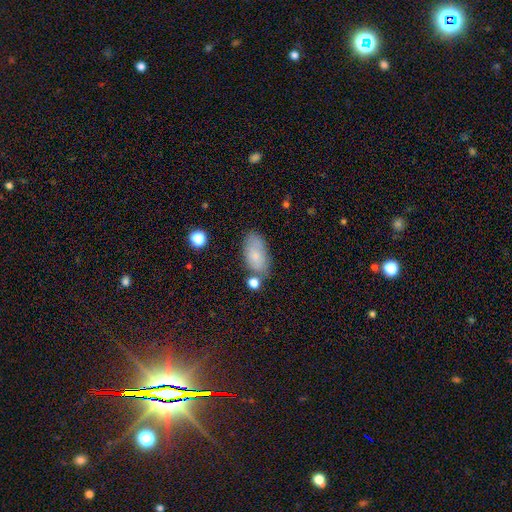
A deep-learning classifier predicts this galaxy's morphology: smooth-or-featured: smooth: 74% | featured or disk: 17% | star or artifact: 9%
  how-rounded: in between: 93% | round: 4% | cigar-shaped: 3%
  merging: none: 65% | minor disturbance: 21% | merger: 9% | major disturbance: 5%